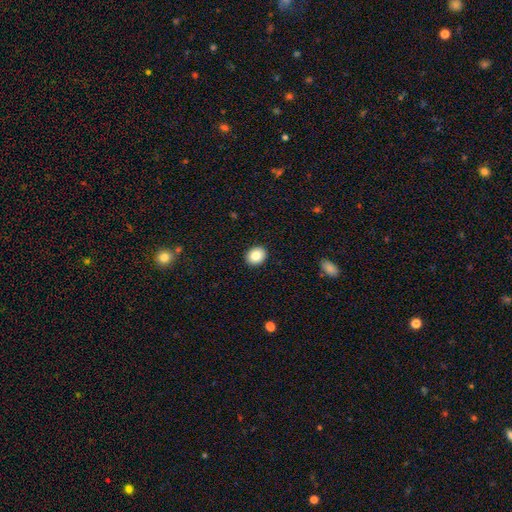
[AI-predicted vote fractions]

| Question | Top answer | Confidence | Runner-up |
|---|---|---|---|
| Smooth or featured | smooth | 84% | star or artifact (8%) |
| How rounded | round | 59% | in between (40%) |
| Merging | none | 92% | minor disturbance (6%) |